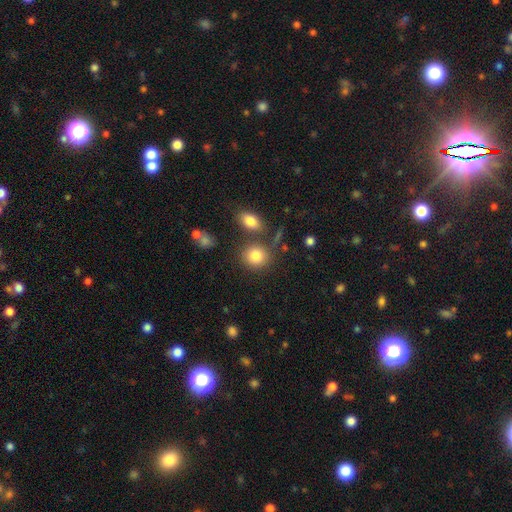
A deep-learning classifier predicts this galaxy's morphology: smooth-or-featured: smooth: 83% | star or artifact: 9% | featured or disk: 7%
  how-rounded: round: 74% | in between: 24% | cigar-shaped: 1%
  merging: none: 72% | merger: 13% | minor disturbance: 11% | major disturbance: 4%